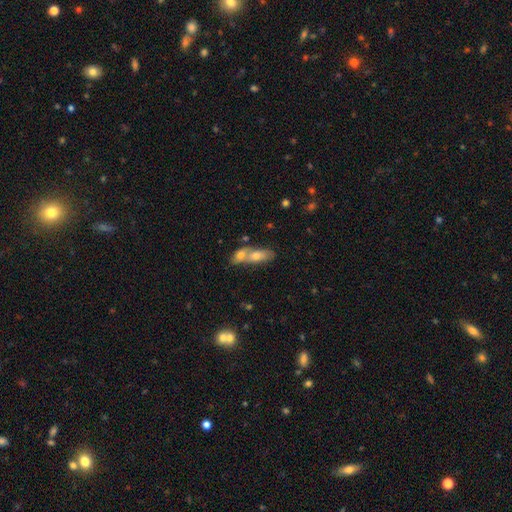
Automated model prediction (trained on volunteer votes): smooth-or-featured: smooth: 60% | featured or disk: 29% | star or artifact: 11%
  how-rounded: in between: 68% | cigar-shaped: 22% | round: 10%
  merging: merger: 61% | none: 26% | minor disturbance: 8% | major disturbance: 4%